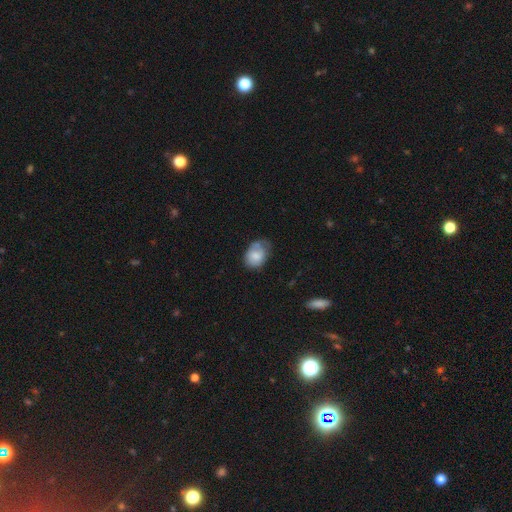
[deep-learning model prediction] Smooth or featured? smooth (72%)
How rounded? in between (70%)
Merging? none (42%)